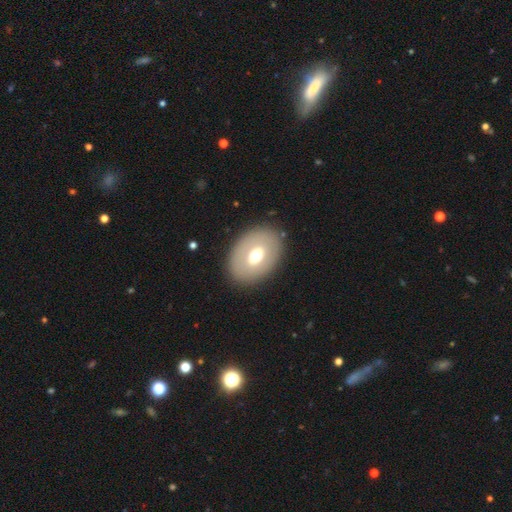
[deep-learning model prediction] smooth 57%, featured or disk 35%, star or artifact 7%. Down the decision tree: how rounded — in between (80%); merging — none (85%).